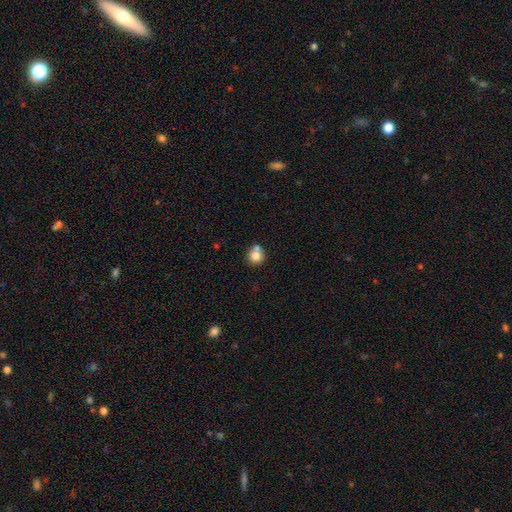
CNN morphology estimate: Overall: smooth (79%). How rounded: round (89%). Merging: none (55%; merger 32%).